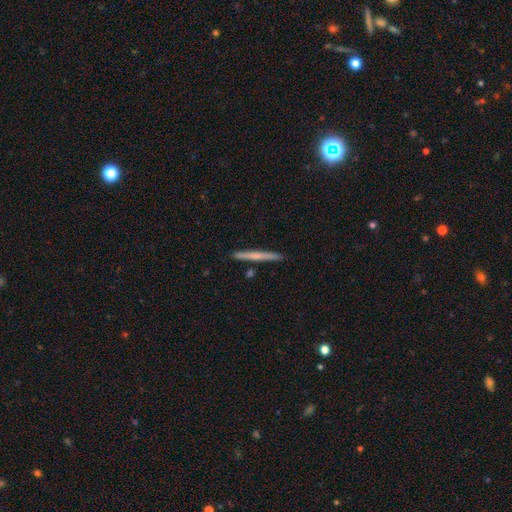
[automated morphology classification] A smooth galaxy with no disk features (53%) that is cigar-shaped (97%). Merging: none (90%).